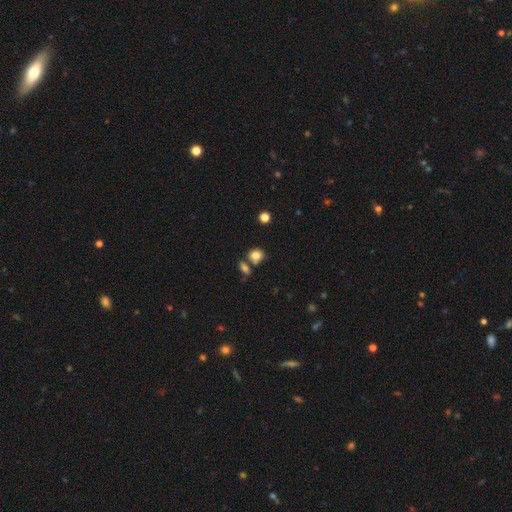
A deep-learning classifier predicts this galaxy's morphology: This is clearly a smooth galaxy (80%). How rounded: likely round (61%). Merging: likely none (60%).